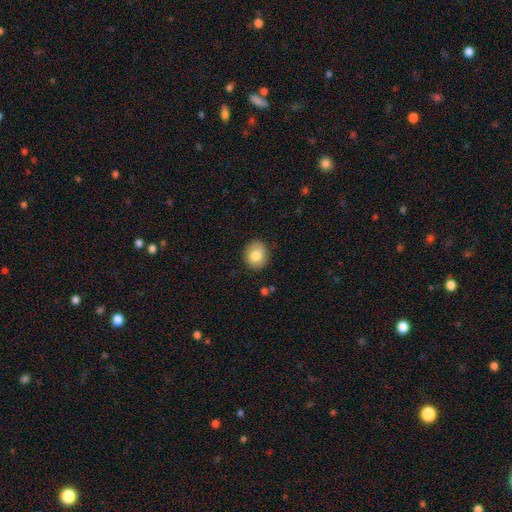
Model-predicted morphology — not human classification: A smooth galaxy with no disk features (80%) that is round (71%). Merging: none (86%).